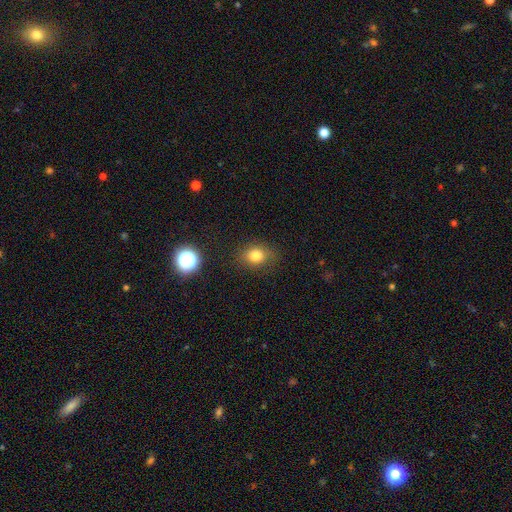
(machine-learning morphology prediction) Smooth or featured? smooth (79%)
How rounded? round (54%)
Merging? none (82%)